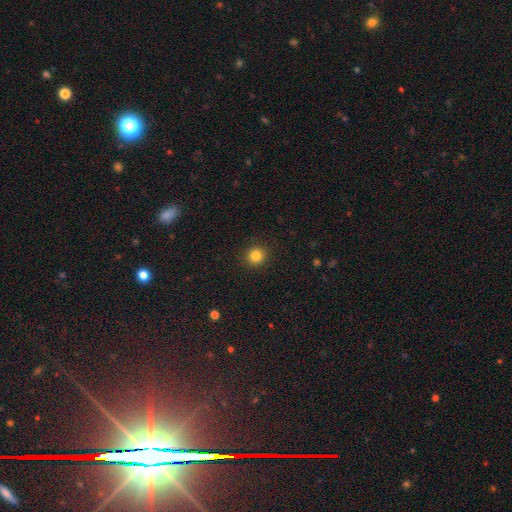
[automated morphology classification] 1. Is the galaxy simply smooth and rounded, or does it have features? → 84% smooth, 12% star or artifact, 4% featured or disk.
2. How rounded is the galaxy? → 93% round, 6% in between, 1% cigar-shaped.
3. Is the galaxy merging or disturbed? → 92% none, 5% minor disturbance, 2% major disturbance, 1% merger.